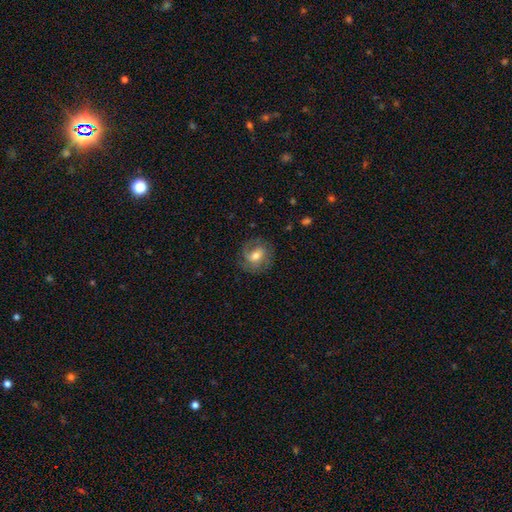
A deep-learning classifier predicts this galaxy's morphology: type=featured or disk (64%); edge-on=no (97%); bar=no (44%); spiral arms=yes (87%); winding=medium (42%); arm count=2 (49%); bulge=moderate (66%); merging=none (73%).